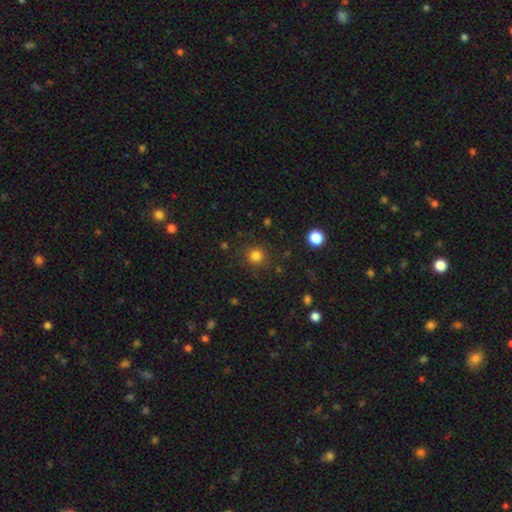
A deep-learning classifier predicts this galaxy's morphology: A smooth galaxy with no disk features (82%) that is round (92%). Merging: none (86%).